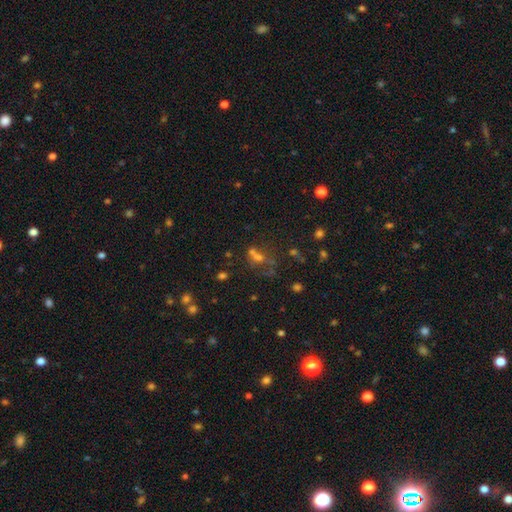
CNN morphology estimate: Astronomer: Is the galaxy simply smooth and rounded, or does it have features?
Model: star or artifact — 41% (runner-up: smooth, 38%).